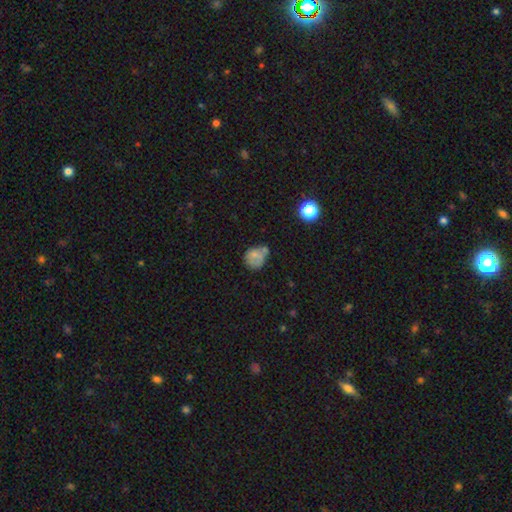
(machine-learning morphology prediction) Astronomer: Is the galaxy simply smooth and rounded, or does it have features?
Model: smooth — 67%.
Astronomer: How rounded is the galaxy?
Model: round — 66%.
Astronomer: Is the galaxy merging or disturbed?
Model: none — 35% (runner-up: minor disturbance, 26%).